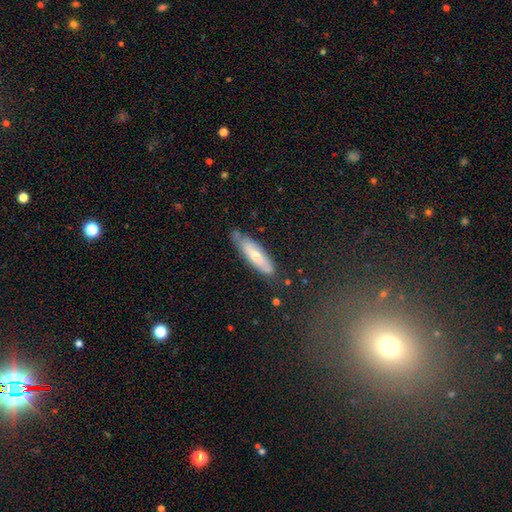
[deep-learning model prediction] Overall: smooth (52%; featured or disk 42%). How rounded: cigar-shaped (63%; in between 36%). Merging: none (70%).